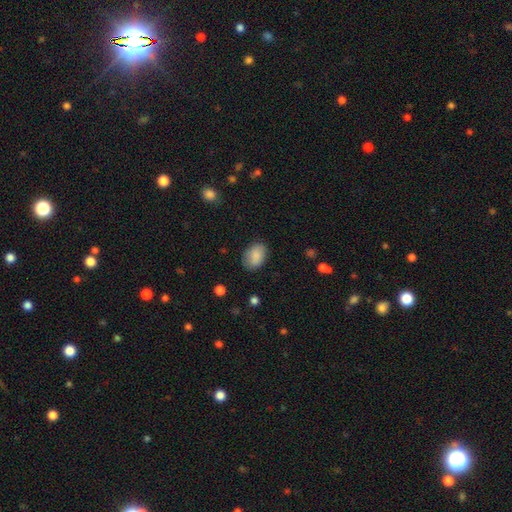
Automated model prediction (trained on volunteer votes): smooth 88%, star or artifact 7%, featured or disk 5%. Down the decision tree: how rounded — in between (83%); merging — none (81%).